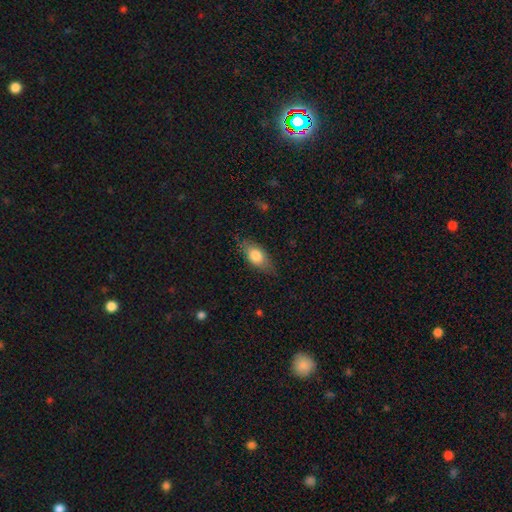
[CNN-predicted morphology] type=smooth (75%); roundness=in between (83%); merging=none (76%).